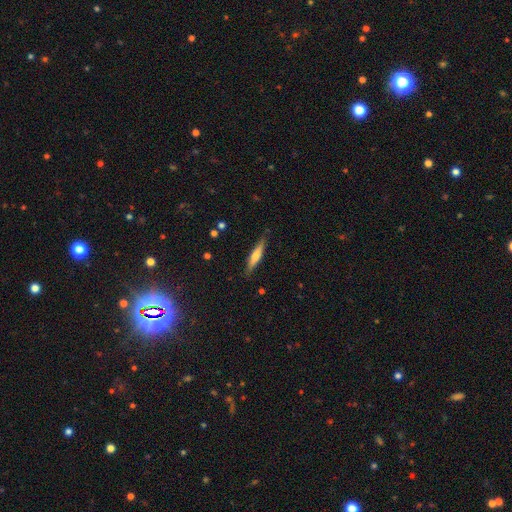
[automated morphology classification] smooth-or-featured: smooth: 51% | featured or disk: 42% | star or artifact: 6%
  how-rounded: cigar-shaped: 88% | in between: 11% | round: 2%
  merging: none: 87% | minor disturbance: 10% | major disturbance: 2% | merger: 1%